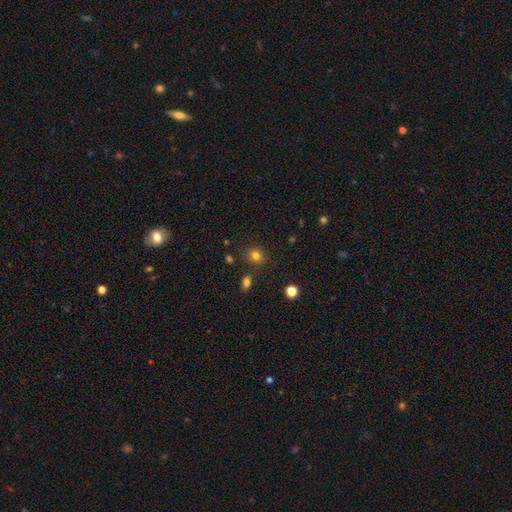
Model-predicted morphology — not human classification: smooth-or-featured: smooth: 79% | star or artifact: 14% | featured or disk: 6%
  how-rounded: round: 76% | in between: 23% | cigar-shaped: 1%
  merging: none: 81% | minor disturbance: 10% | merger: 5% | major disturbance: 3%